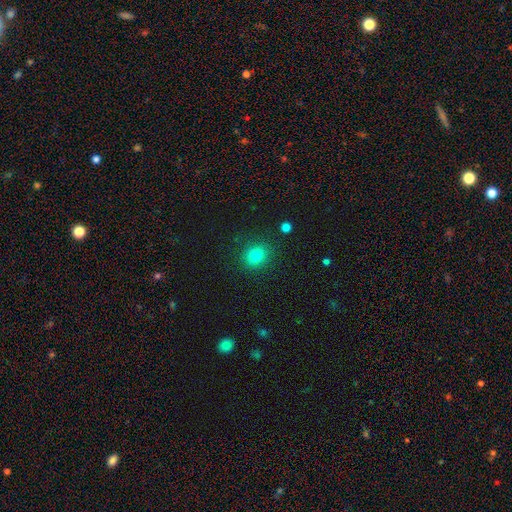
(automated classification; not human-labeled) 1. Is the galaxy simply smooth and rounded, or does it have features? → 80% smooth, 13% star or artifact, 7% featured or disk.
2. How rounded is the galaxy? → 72% round, 27% in between, 1% cigar-shaped.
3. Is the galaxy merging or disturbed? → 87% none, 8% minor disturbance, 3% major disturbance, 2% merger.